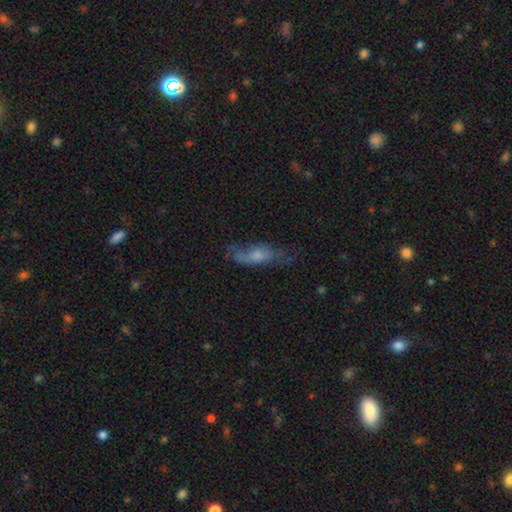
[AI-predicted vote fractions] featured or disk 47%, smooth 44%, star or artifact 10%. Down the decision tree: merging — none (48%).